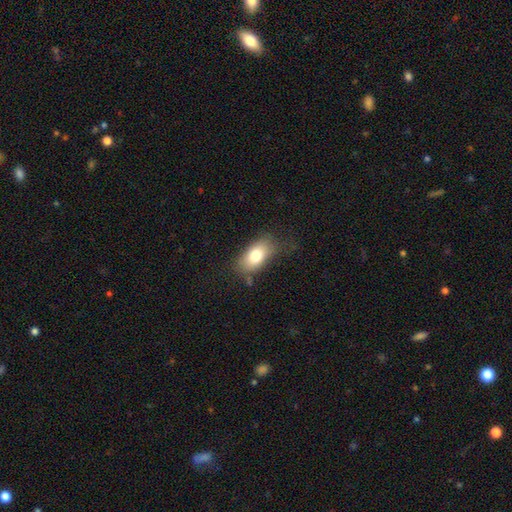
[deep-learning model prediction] This appears to be a smooth galaxy with no disk features (77%) that is in between round and cigar-shaped (90%). Merging: none (70%).